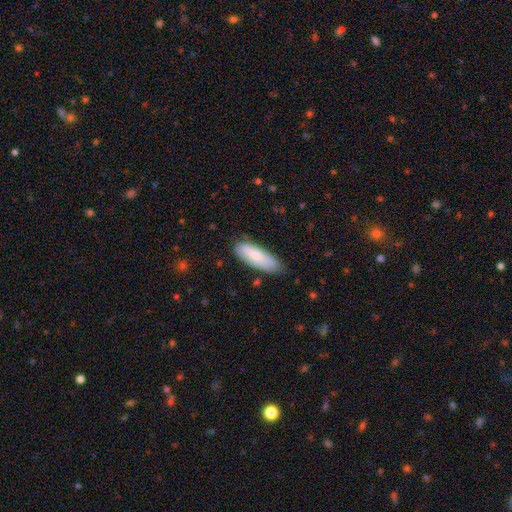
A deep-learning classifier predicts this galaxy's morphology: This is likely a smooth galaxy (77%). How rounded: possibly in between (60%). Merging: likely none (77%).